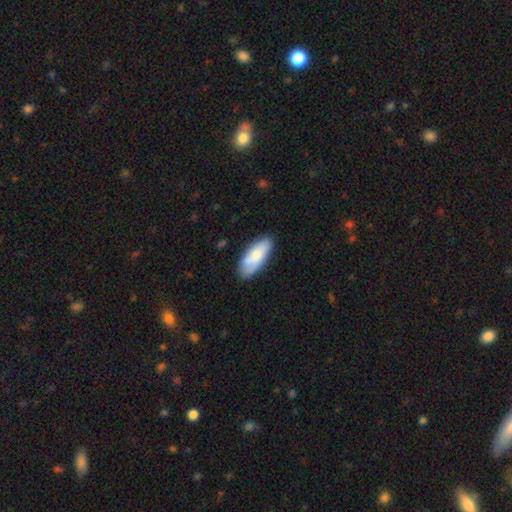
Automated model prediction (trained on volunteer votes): A smooth galaxy with no disk features (70%) that is in between round and cigar-shaped (83%). Merging: none (73%).